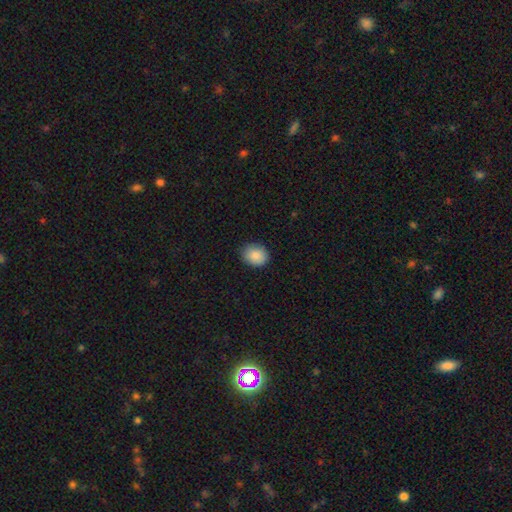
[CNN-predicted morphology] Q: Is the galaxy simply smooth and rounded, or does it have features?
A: smooth — 89%.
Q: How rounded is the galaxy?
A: round — 50%.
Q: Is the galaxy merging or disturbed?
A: none — 85%.